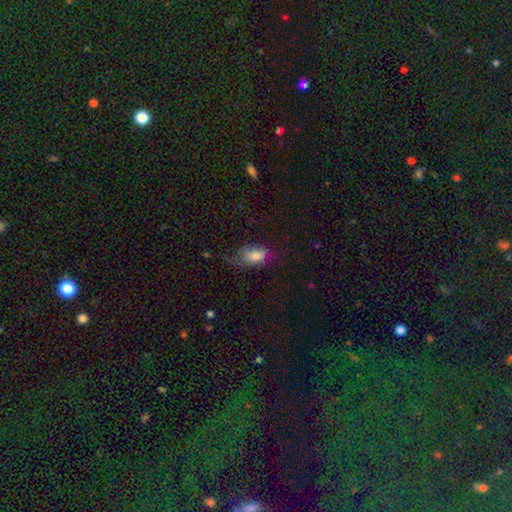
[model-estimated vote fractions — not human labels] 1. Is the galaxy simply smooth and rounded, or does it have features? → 71% smooth, 20% featured or disk, 9% star or artifact.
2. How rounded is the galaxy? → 88% in between, 6% cigar-shaped, 6% round.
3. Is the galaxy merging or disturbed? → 51% none, 29% minor disturbance, 18% major disturbance, 2% merger.